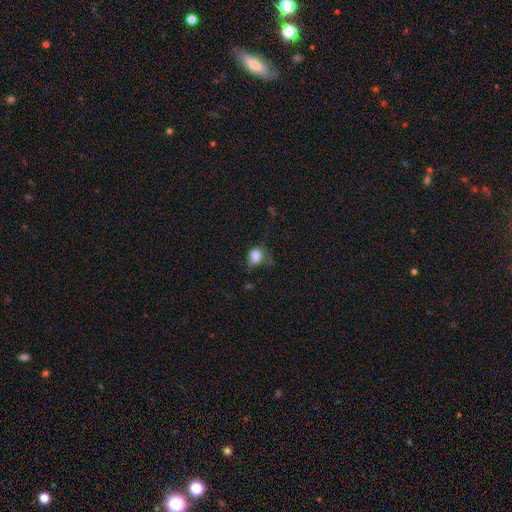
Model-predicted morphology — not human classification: Smooth or featured?
  - smooth: 78% *
  - featured or disk: 11%
  - star or artifact: 11%
How rounded?
  - in between: 55% *
  - round: 44%
  - cigar-shaped: 1%
Merging?
  - none: 34% *
  - minor disturbance: 33%
  - major disturbance: 30%
  - merger: 4%